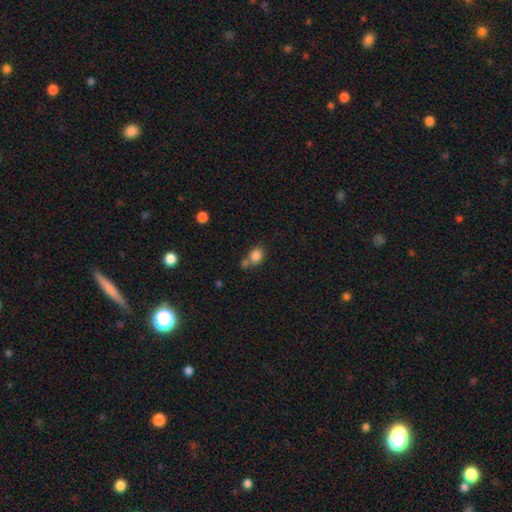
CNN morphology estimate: Q: Smooth or featured?
A: smooth (84%); runner-up: star or artifact (10%)
Q: How rounded?
A: round (52%); runner-up: in between (46%)
Q: Merging?
A: none (51%); runner-up: merger (31%)